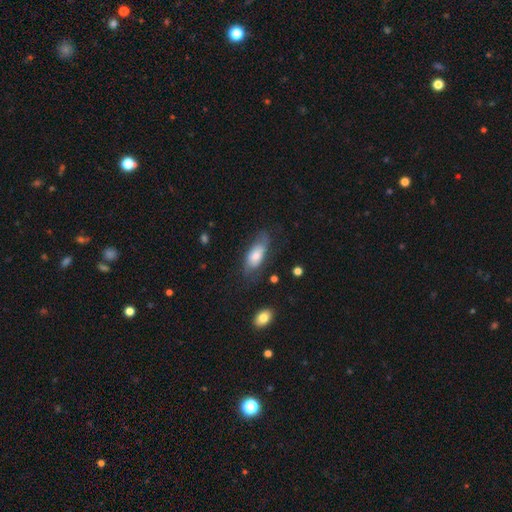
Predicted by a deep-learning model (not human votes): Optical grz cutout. It shows a smooth galaxy with no disk features (61%) that is in between round and cigar-shaped (81%). Merging: none (57%).